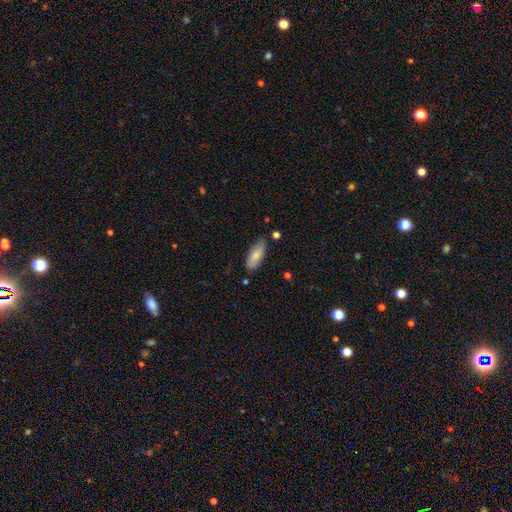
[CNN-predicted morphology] smooth 78%, featured or disk 16%, star or artifact 6%. Down the decision tree: how rounded — in between (75%); merging — none (73%).